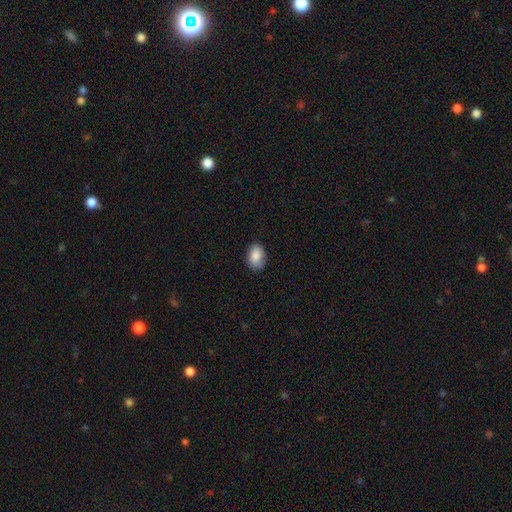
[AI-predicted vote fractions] smooth 86%, star or artifact 7%, featured or disk 7%. Down the decision tree: how rounded — in between (83%); merging — none (79%).